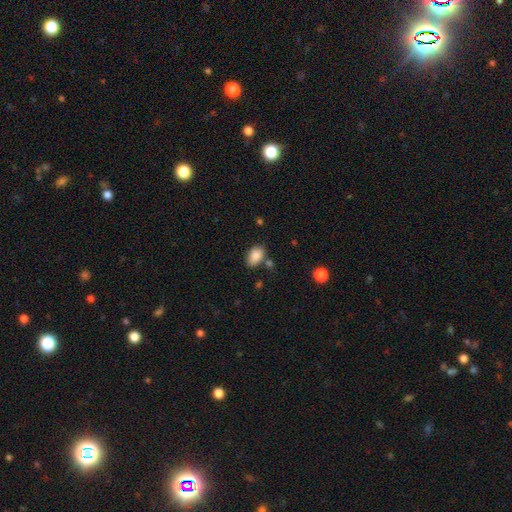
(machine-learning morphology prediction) smooth_or_featured: smooth (p=0.87) [alt: star or artifact p=0.08]
how_rounded: in between (p=0.89) [alt: round p=0.09]
merging: none (p=0.71) [alt: minor disturbance p=0.16]